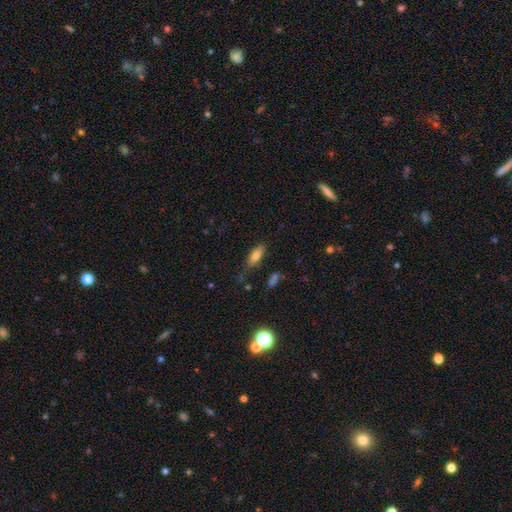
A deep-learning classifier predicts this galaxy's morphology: smooth_or_featured: smooth (p=0.76) [alt: featured or disk p=0.15]
how_rounded: in between (p=0.75) [alt: cigar-shaped p=0.22]
merging: none (p=0.65) [alt: minor disturbance p=0.25]